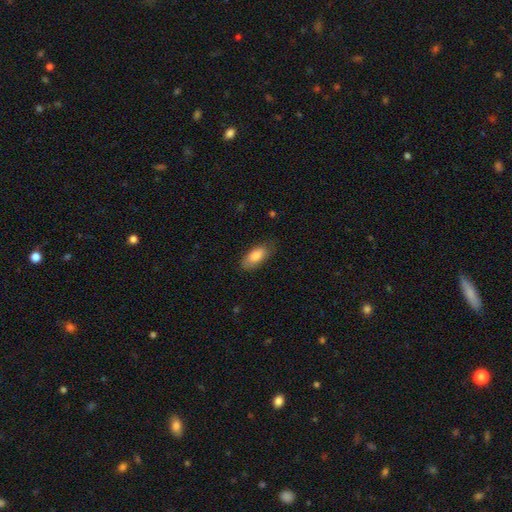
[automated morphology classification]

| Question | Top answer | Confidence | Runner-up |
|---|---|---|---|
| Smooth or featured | smooth | 83% | featured or disk (11%) |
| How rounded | in between | 88% | cigar-shaped (10%) |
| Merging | none | 76% | minor disturbance (19%) |